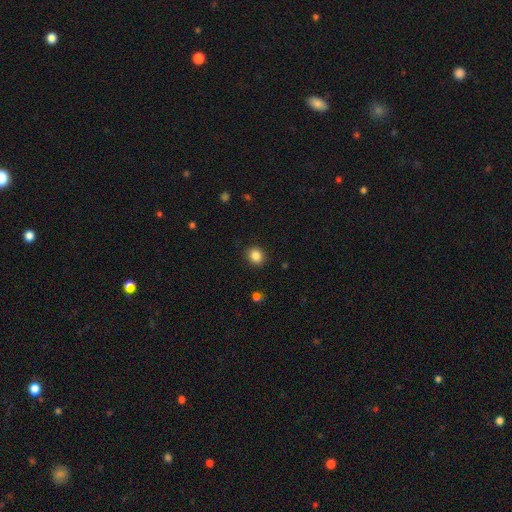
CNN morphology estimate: Overall: smooth (86%). How rounded: round (72%). Merging: none (89%).